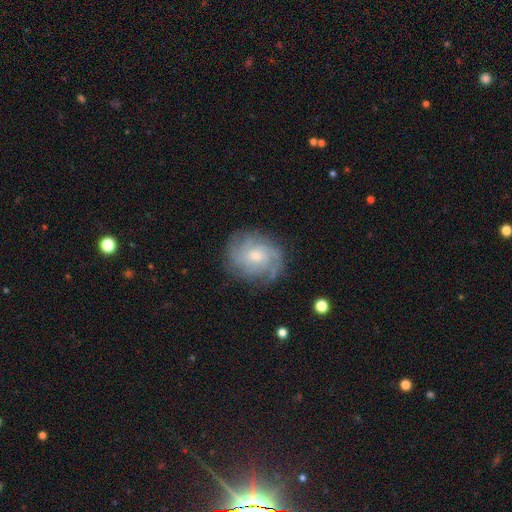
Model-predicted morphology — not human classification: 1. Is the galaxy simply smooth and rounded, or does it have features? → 78% featured or disk, 15% smooth, 7% star or artifact.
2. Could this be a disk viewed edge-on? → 98% no, 2% yes.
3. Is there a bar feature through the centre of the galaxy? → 64% no, 32% weak, 4% strong.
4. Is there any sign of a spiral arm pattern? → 95% yes, 5% no.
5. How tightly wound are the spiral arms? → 56% tight, 34% medium, 10% loose.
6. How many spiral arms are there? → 33% can't tell, 23% 3, 16% 2, 15% 4, 7% more than 4, 7% 1.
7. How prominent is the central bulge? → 47% moderate, 44% small, 5% large, 3% none, 1% dominant.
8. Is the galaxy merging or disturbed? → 77% none, 15% minor disturbance, 6% major disturbance, 1% merger.